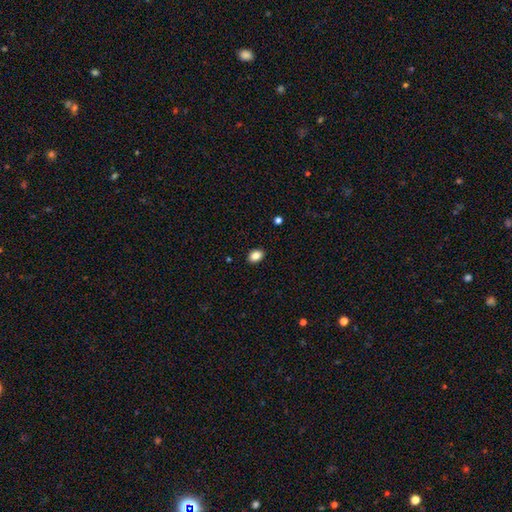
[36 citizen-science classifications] Smooth or featured? smooth (92%)
How rounded? in between (85%)
Merging? none (88%)